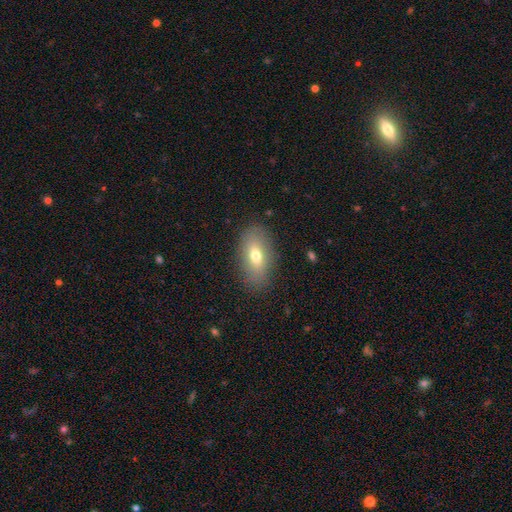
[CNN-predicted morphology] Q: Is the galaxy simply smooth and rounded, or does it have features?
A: smooth — 68%.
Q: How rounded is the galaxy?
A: in between — 86%.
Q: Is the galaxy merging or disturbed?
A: none — 84%.